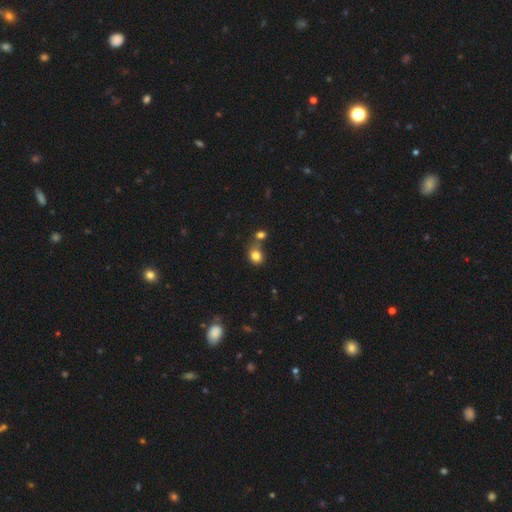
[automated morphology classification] Q: Smooth or featured?
A: smooth (81%); runner-up: star or artifact (12%)
Q: How rounded?
A: round (66%); runner-up: in between (33%)
Q: Merging?
A: none (57%); runner-up: merger (25%)